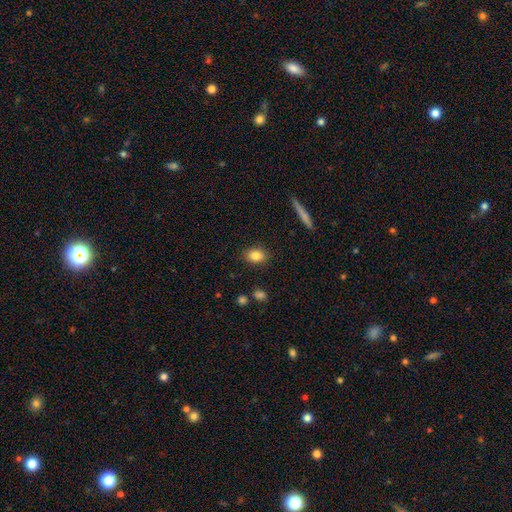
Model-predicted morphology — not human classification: Smooth or featured? Predicted: smooth (p=0.85). How rounded? Predicted: in between (p=0.70). Merging? Predicted: none (p=0.87).